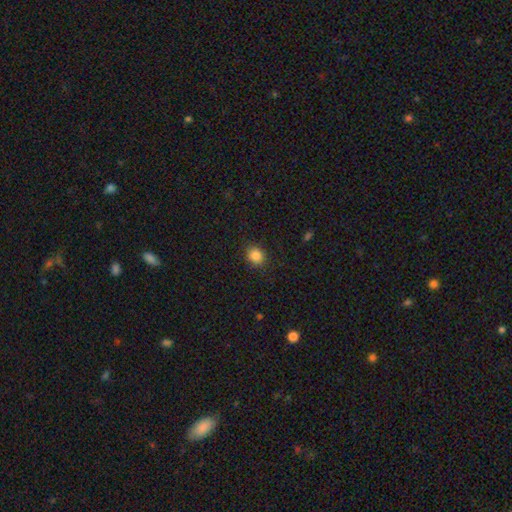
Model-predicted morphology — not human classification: Smooth or featured?
  - smooth: 85% *
  - star or artifact: 11%
  - featured or disk: 4%
How rounded?
  - round: 76% *
  - in between: 23%
  - cigar-shaped: 1%
Merging?
  - none: 88% *
  - minor disturbance: 9%
  - major disturbance: 3%
  - merger: 1%